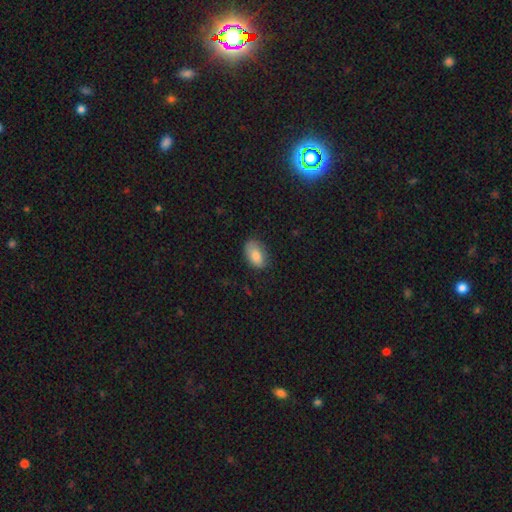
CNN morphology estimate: This appears to be a smooth galaxy with no disk features (83%) that is in between round and cigar-shaped (90%). Merging: none (69%).